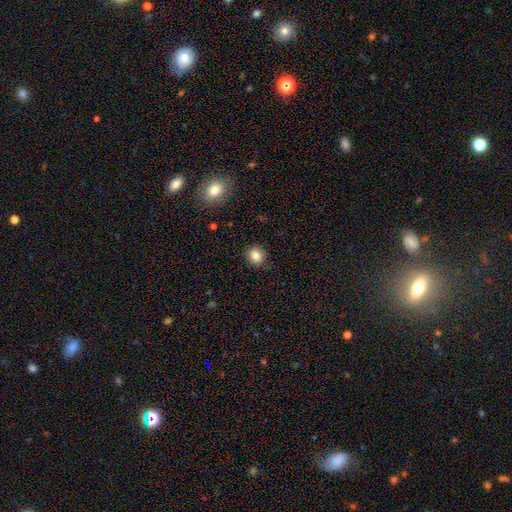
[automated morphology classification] Overall: smooth (84%). How rounded: round (80%). Merging: none (89%).